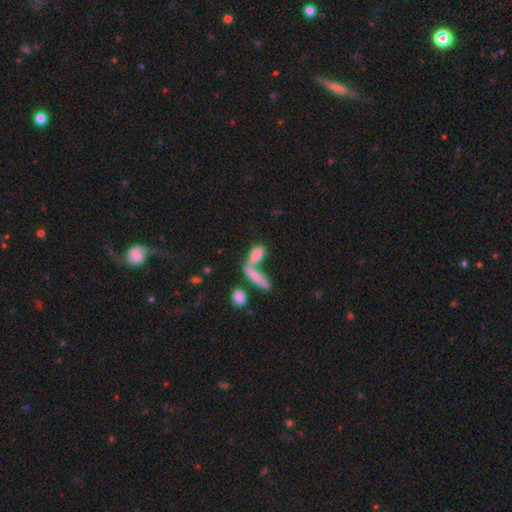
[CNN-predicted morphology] The model was most divided on "how rounded": in between: 54%, cigar-shaped: 40%, round: 6%. More confident: smooth or featured — smooth (72%); merging — merger (55%).